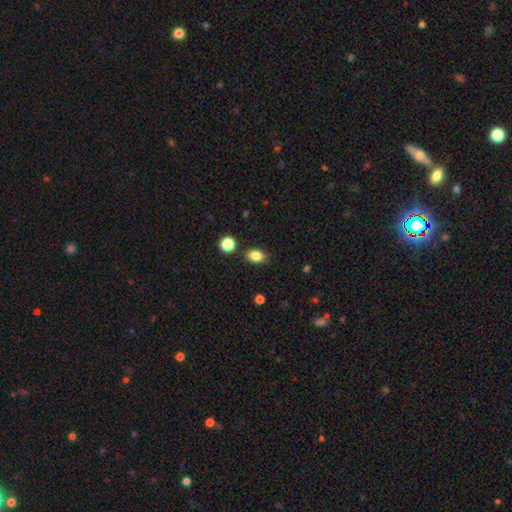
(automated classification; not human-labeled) smooth 84%, star or artifact 10%, featured or disk 5%. Down the decision tree: how rounded — in between (75%); merging — none (86%).